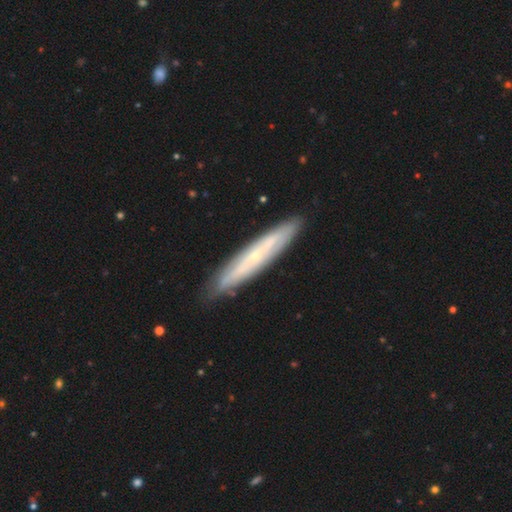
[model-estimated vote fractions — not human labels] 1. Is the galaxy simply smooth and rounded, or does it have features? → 63% featured or disk, 30% smooth, 6% star or artifact.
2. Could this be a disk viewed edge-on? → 65% yes, 35% no.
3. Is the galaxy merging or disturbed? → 87% none, 10% minor disturbance, 2% major disturbance, 1% merger.